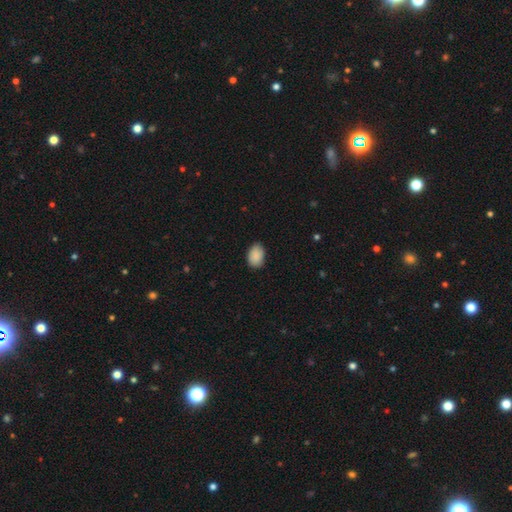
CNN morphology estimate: Q: Smooth or featured?
A: smooth (90%); runner-up: star or artifact (7%)
Q: How rounded?
A: in between (81%); runner-up: round (18%)
Q: Merging?
A: none (81%); runner-up: minor disturbance (15%)